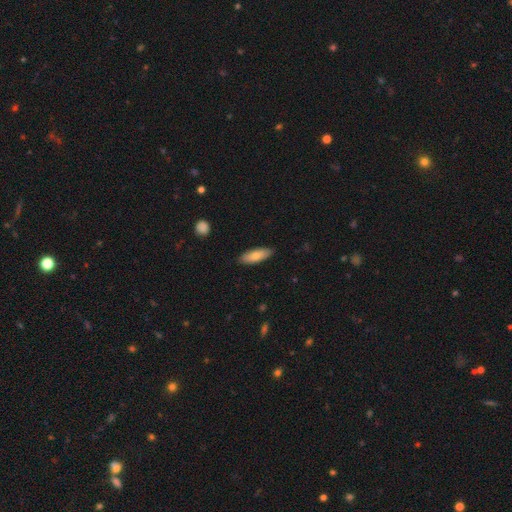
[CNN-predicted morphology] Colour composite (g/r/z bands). It shows a smooth galaxy with no disk features (76%) that is in between round and cigar-shaped (63%). Merging: none (88%).